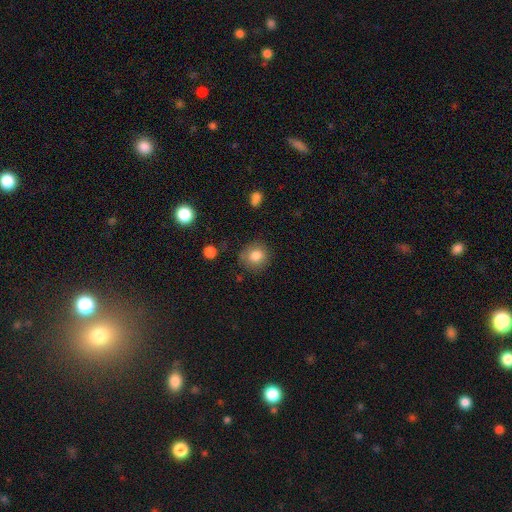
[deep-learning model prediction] smooth-or-featured: smooth: 82% | star or artifact: 10% | featured or disk: 8%
  how-rounded: round: 85% | in between: 14% | cigar-shaped: 1%
  merging: none: 79% | minor disturbance: 15% | major disturbance: 4% | merger: 2%